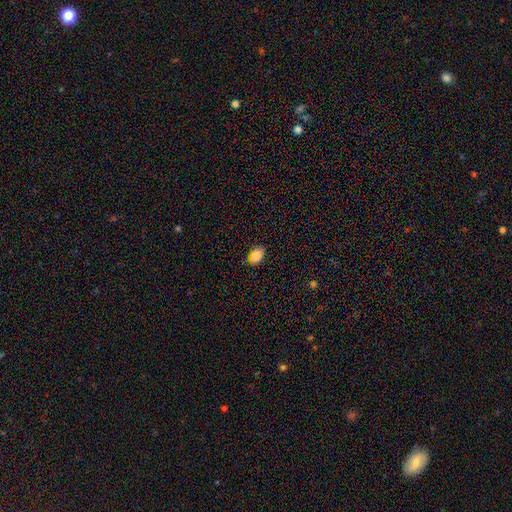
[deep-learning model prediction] Q: Smooth or featured?
A: smooth (87%); runner-up: star or artifact (8%)
Q: How rounded?
A: in between (85%); runner-up: round (14%)
Q: Merging?
A: none (82%); runner-up: minor disturbance (14%)